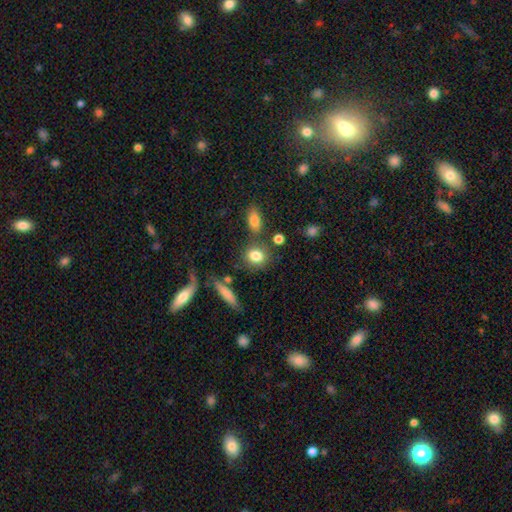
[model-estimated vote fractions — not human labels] A smooth galaxy with no disk features (82%) that is round (61%).

Vote fractions:
- Smooth or featured? smooth: 82% / star or artifact: 10% / featured or disk: 8%
- How rounded? round: 61% / in between: 35% / cigar-shaped: 3%
- Merging? none: 70% / minor disturbance: 14% / merger: 12% / major disturbance: 5%